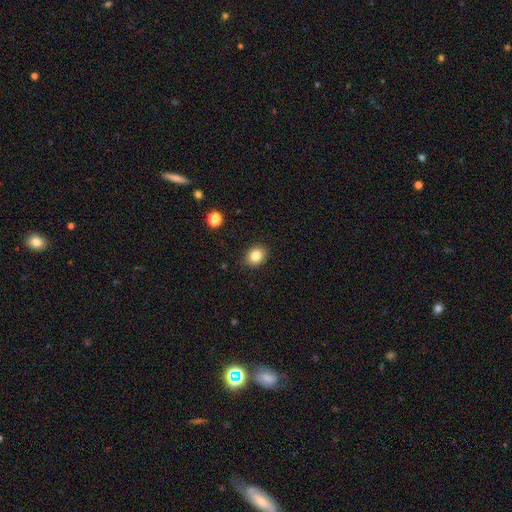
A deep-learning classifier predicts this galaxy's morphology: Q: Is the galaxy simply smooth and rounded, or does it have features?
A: smooth — 83%.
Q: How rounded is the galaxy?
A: round — 59%.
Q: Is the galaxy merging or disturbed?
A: none — 89%.